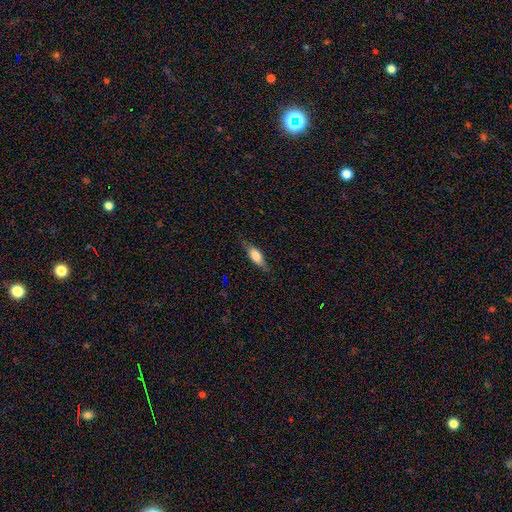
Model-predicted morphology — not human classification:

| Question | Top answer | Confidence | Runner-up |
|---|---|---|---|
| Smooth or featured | smooth | 60% | featured or disk (33%) |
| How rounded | in between | 59% | cigar-shaped (38%) |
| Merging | none | 76% | minor disturbance (18%) |